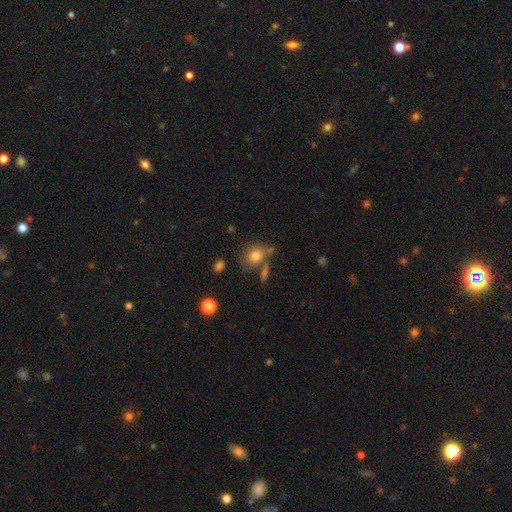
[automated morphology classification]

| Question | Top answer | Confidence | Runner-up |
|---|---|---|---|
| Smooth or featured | smooth | 78% | featured or disk (11%) |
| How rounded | round | 57% | in between (42%) |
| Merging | none | 58% | minor disturbance (18%) |